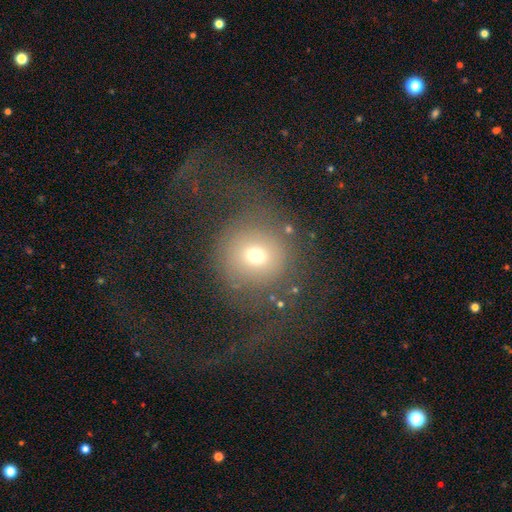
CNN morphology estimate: smooth_or_featured: smooth (p=0.62) [alt: featured or disk p=0.23]
how_rounded: round (p=0.91) [alt: in between p=0.08]
merging: none (p=0.53) [alt: major disturbance p=0.32]